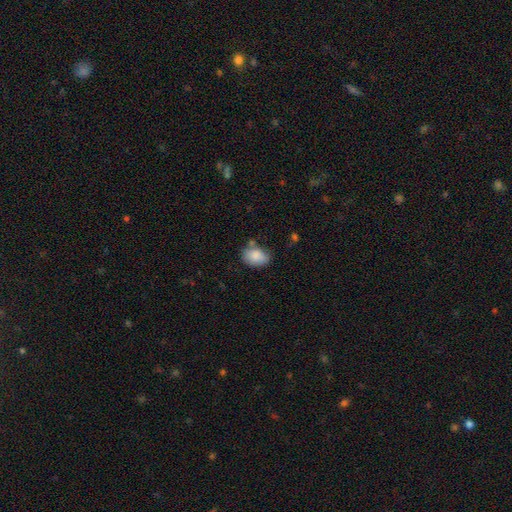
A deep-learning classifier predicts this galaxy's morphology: type=smooth (86%); roundness=in between (76%); merging=none (63%).